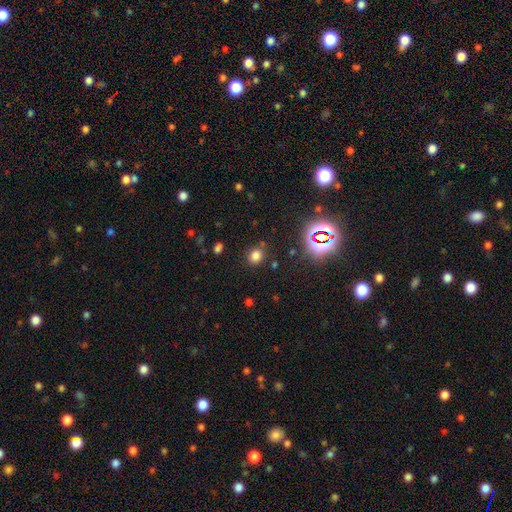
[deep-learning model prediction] This is likely a smooth galaxy (72%). How rounded: likely round (70%). Merging: clearly none (82%).